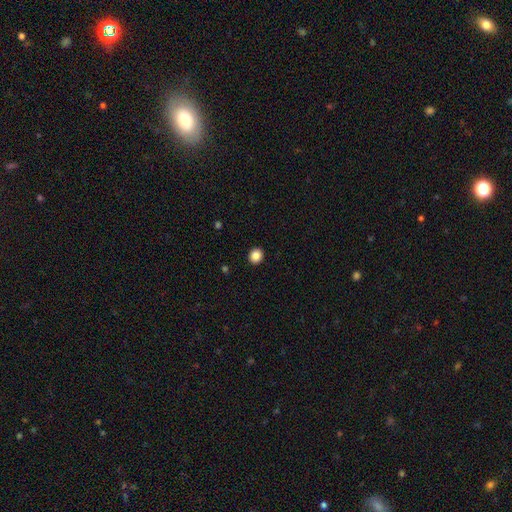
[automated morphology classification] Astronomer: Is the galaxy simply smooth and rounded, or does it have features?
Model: smooth — 87%.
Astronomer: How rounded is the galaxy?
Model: round — 76%.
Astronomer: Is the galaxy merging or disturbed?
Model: none — 93%.